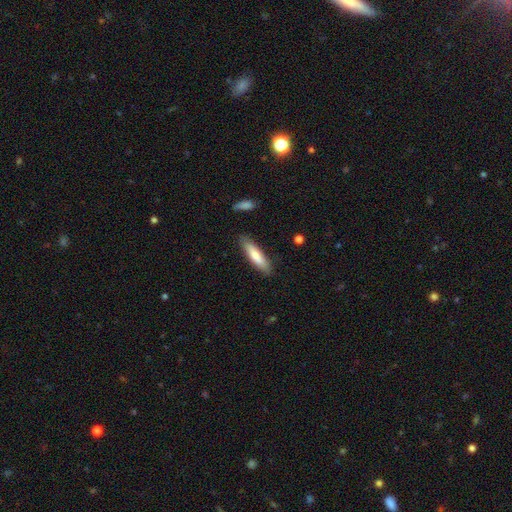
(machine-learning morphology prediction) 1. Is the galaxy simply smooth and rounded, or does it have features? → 74% smooth, 20% featured or disk, 5% star or artifact.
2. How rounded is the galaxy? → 72% cigar-shaped, 26% in between, 1% round.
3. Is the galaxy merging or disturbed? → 84% none, 12% minor disturbance, 2% major disturbance, 2% merger.